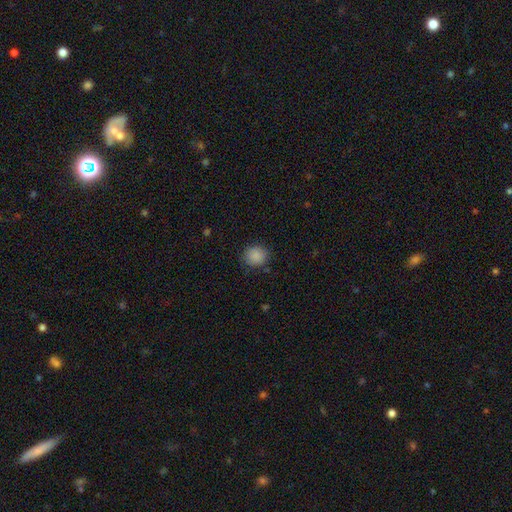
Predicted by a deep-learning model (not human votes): smooth_or_featured: smooth (p=0.88) [alt: star or artifact p=0.09]
how_rounded: round (p=0.82) [alt: in between p=0.17]
merging: none (p=0.85) [alt: minor disturbance p=0.11]